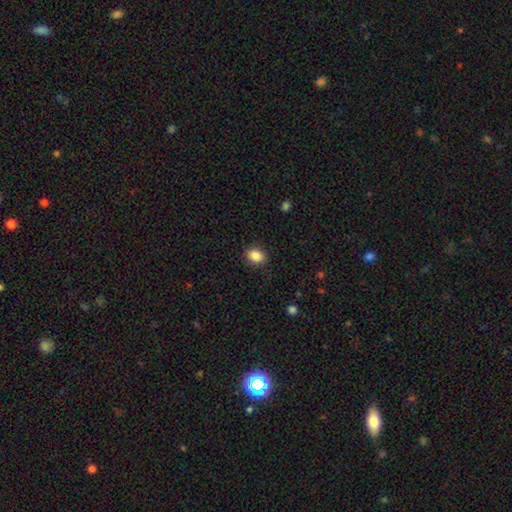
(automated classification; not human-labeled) Smooth or featured: smooth — 86% (star or artifact — 9%)
How rounded: round — 58% (in between — 41%)
Merging: none — 89% (minor disturbance — 8%)